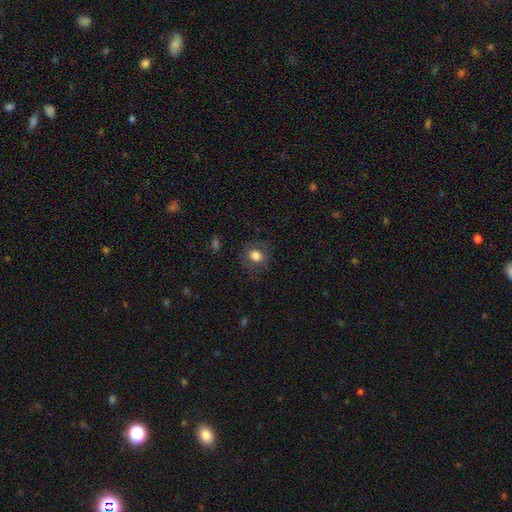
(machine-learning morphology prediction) The model was most divided on "how rounded": round: 68%, in between: 31%, cigar-shaped: 1%. More confident: merging — none (78%); smooth or featured — smooth (75%).